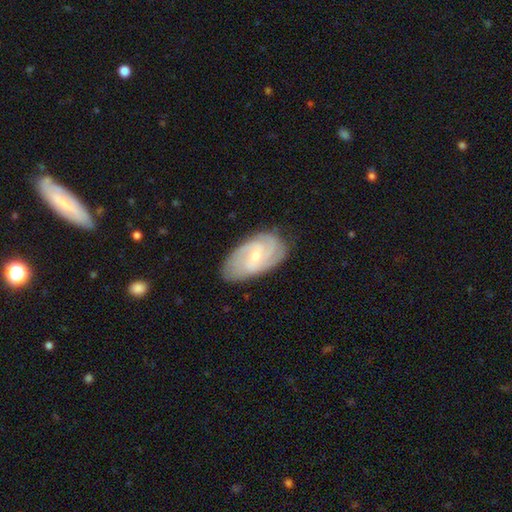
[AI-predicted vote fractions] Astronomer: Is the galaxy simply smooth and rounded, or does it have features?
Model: featured or disk — 83%.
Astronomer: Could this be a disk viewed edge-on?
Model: no — 96%.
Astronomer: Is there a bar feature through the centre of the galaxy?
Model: weak — 48% (runner-up: no, 40%).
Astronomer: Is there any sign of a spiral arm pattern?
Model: yes — 97%.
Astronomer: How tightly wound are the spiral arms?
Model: tight — 57% (runner-up: medium, 35%).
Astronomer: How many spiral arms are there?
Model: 3 — 32% (runner-up: 2, 23%).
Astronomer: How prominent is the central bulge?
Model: small — 67%.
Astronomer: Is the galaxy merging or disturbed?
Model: none — 80%.